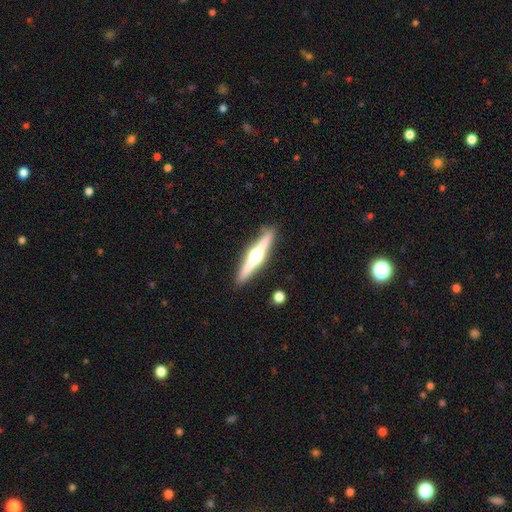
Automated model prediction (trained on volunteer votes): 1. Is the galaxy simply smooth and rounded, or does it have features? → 75% featured or disk, 20% smooth, 5% star or artifact.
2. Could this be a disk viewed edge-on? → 98% yes, 2% no.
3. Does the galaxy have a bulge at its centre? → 95% rounded, 3% boxy, 2% none.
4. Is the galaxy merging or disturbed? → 89% none, 7% minor disturbance, 2% merger, 2% major disturbance.